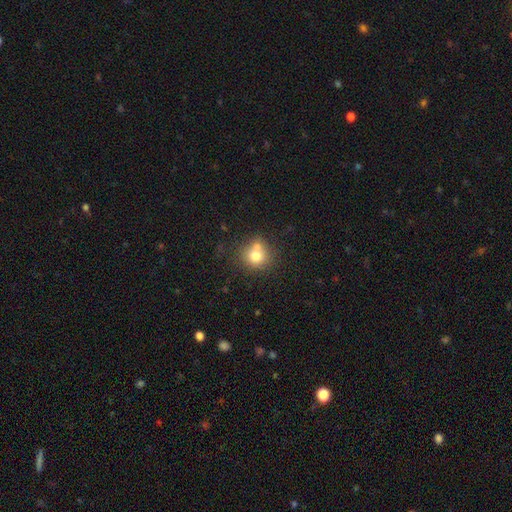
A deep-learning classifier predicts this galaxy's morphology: smooth 73%, featured or disk 15%, star or artifact 12%. Down the decision tree: how rounded — round (85%); merging — none (56%).